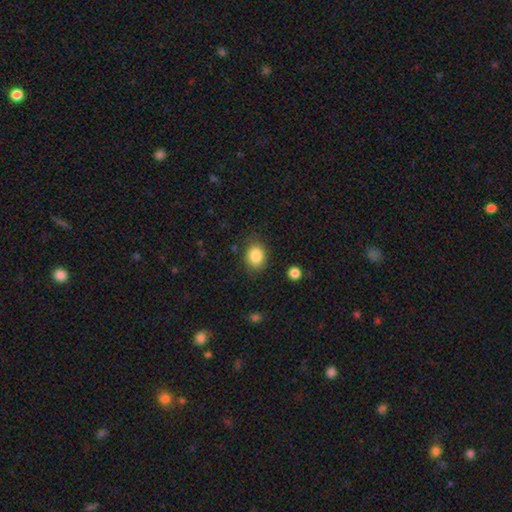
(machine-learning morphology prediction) Smooth or featured? smooth (86%)
How rounded? in between (51%)
Merging? none (83%)